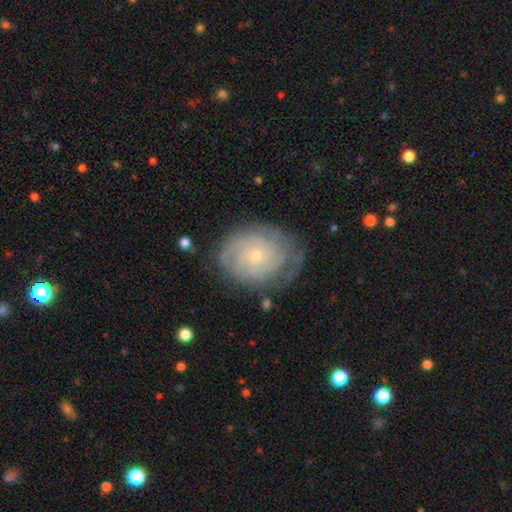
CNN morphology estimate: Smooth or featured?
  - featured or disk: 74% *
  - smooth: 20%
  - star or artifact: 6%
Edge-on disk?
  - no: 97% *
  - yes: 3%
Bar?
  - no: 80% *
  - weak: 17%
  - strong: 3%
Spiral arms?
  - yes: 88% *
  - no: 12%
Spiral winding?
  - tight: 74% *
  - medium: 20%
  - loose: 6%
Spiral arm count?
  - can't tell: 49% *
  - 2: 20%
  - 3: 13%
  - 4: 8%
  - 1: 5%
  - more than 4: 5%
Bulge size?
  - small: 76% *
  - moderate: 20%
  - none: 1%
  - large: 1%
  - dominant: 1%
Merging?
  - none: 67% *
  - minor disturbance: 22%
  - major disturbance: 9%
  - merger: 1%